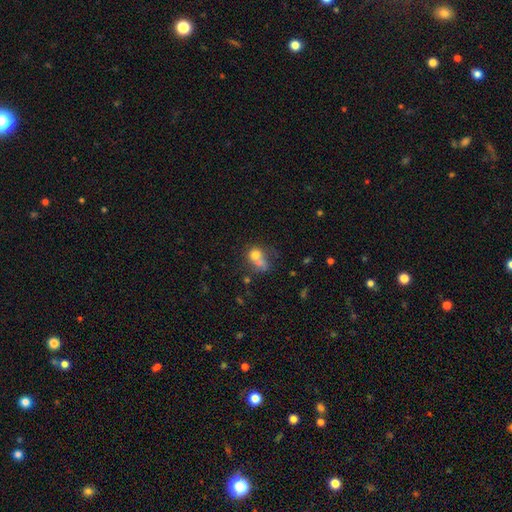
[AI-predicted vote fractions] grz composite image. It shows a smooth galaxy with no disk features (70%) that is round (64%). Merging: merger (55%).